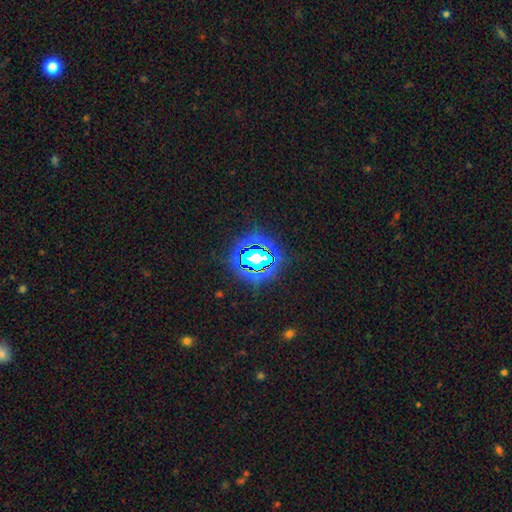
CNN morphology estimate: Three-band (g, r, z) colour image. It shows a star or artifact, not a galaxy (81%).